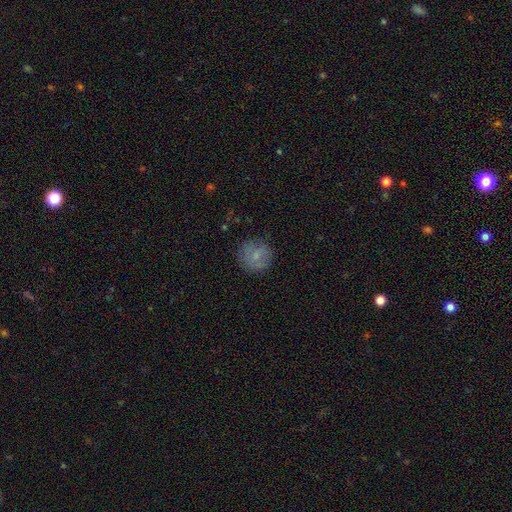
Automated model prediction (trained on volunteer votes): Overall: smooth (73%). How rounded: round (91%). Merging: none (78%).